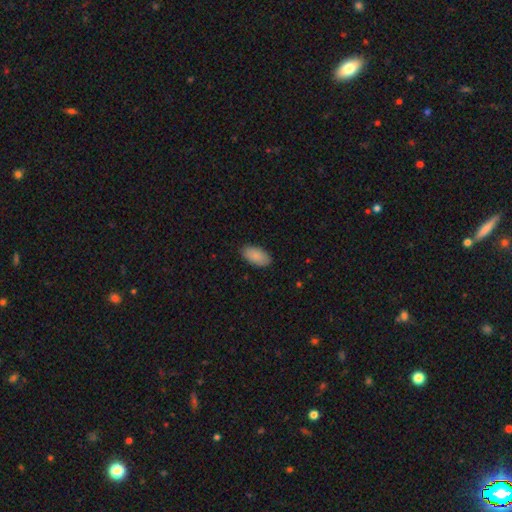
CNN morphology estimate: Overall: smooth (89%). How rounded: in between (95%). Merging: none (86%).